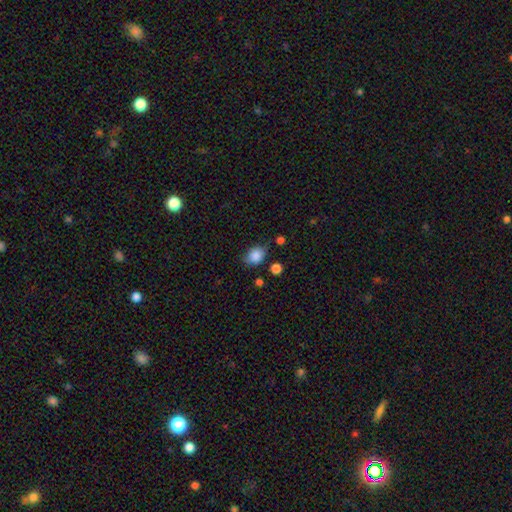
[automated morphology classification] Overall: smooth (86%). How rounded: in between (55%; round 44%). Merging: none (67%).